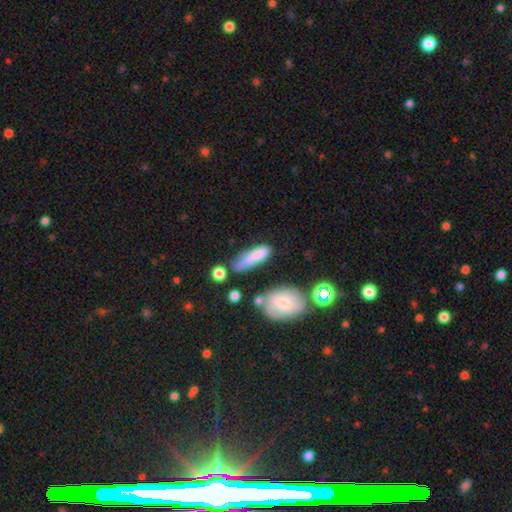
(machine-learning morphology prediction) This appears to be a smooth galaxy with no disk features (73%) that is cigar-shaped (57%). Merging: none (42%).